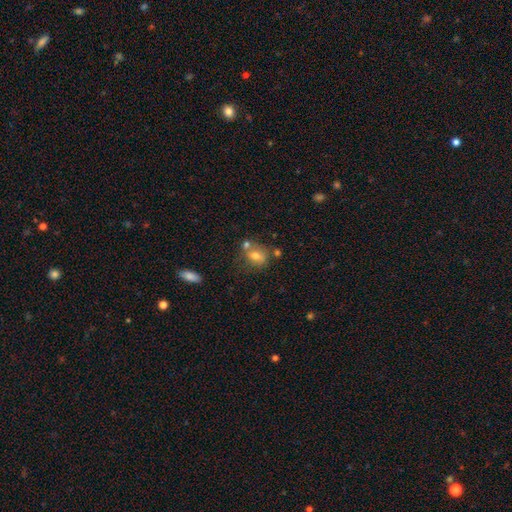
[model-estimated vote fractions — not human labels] Morphology: type=smooth (68%); roundness=in between (51%); merging=none (56%).